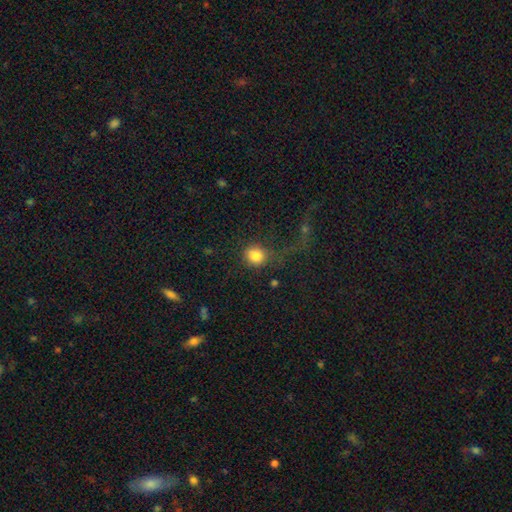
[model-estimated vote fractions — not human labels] smooth 83%, star or artifact 10%, featured or disk 7%. Down the decision tree: how rounded — round (86%); merging — none (56%).